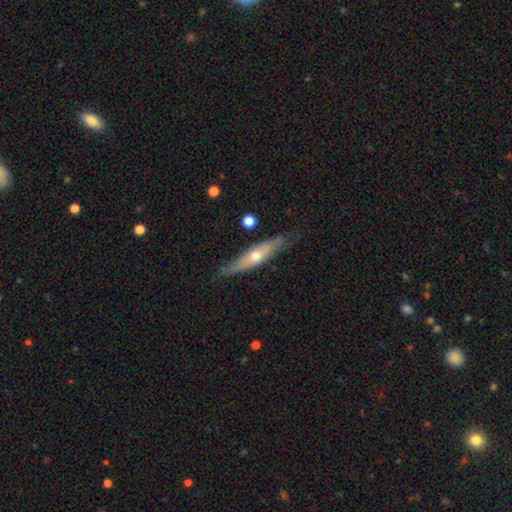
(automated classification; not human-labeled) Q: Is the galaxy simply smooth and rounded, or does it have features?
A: featured or disk — 57%.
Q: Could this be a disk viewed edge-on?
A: yes — 78%.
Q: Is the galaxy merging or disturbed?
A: none — 78%.